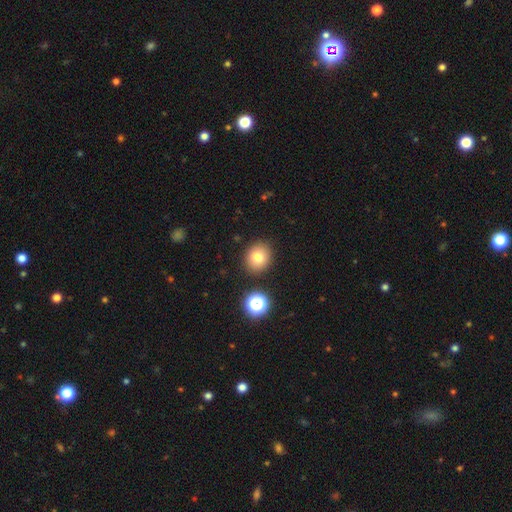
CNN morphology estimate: smooth 78%, star or artifact 12%, featured or disk 10%. Down the decision tree: how rounded — round (69%); merging — none (85%).